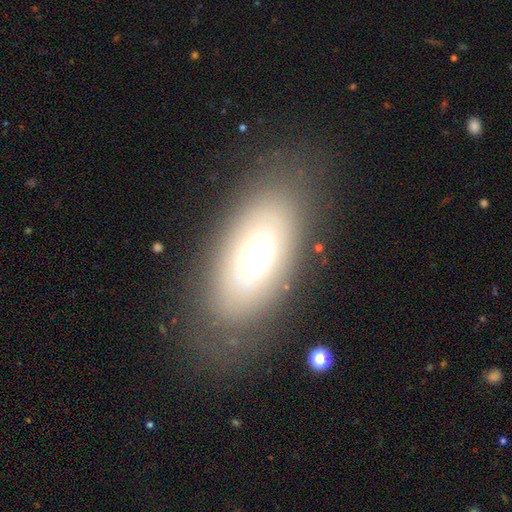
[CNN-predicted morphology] This appears to be a smooth galaxy with no disk features (60%) that is in between round and cigar-shaped (87%). Merging: none (77%).